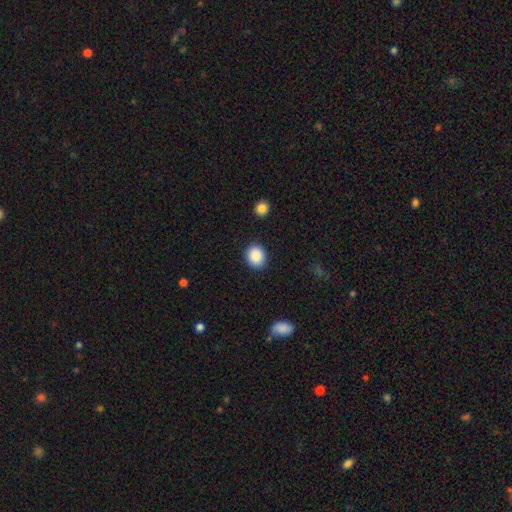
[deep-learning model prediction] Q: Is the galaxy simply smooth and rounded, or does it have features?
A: smooth — 89%.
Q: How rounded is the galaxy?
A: round — 72%.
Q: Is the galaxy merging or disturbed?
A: none — 86%.